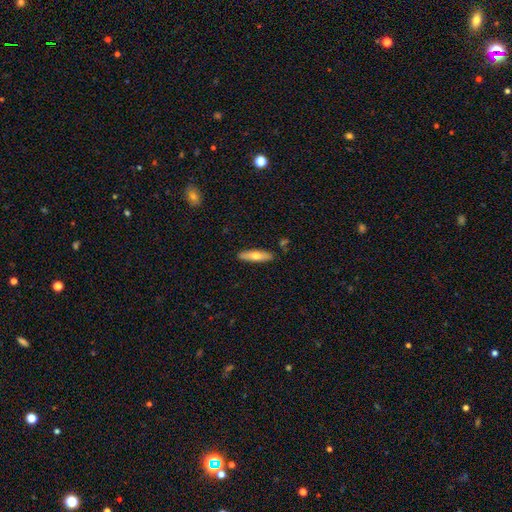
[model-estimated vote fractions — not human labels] A smooth galaxy with no disk features (61%) that is cigar-shaped (66%). Merging: none (88%).